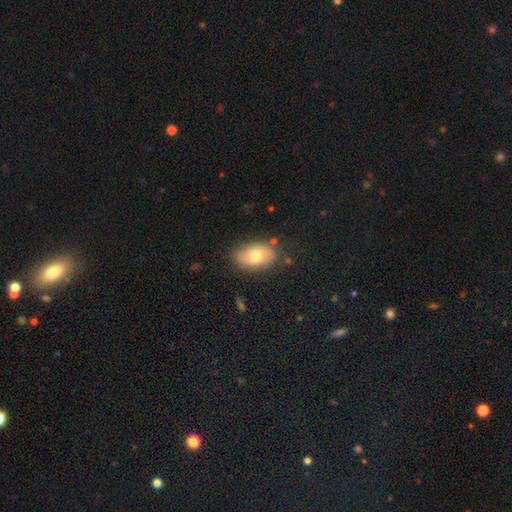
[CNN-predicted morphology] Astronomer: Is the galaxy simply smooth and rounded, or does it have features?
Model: smooth — 63%.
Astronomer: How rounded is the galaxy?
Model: in between — 90%.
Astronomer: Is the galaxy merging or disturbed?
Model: none — 80%.